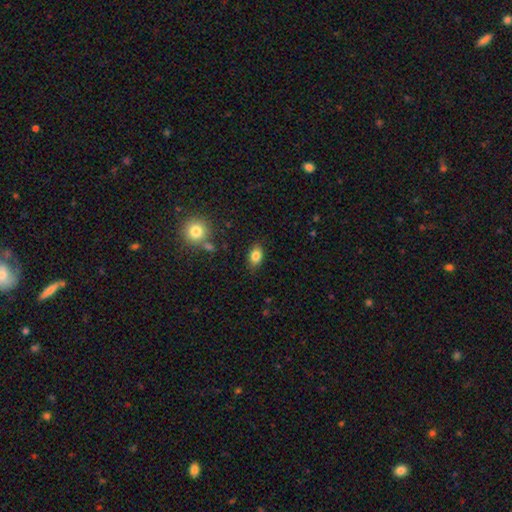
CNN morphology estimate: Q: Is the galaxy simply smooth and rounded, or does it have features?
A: smooth — 83%.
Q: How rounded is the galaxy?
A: in between — 82%.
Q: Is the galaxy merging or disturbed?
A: none — 84%.